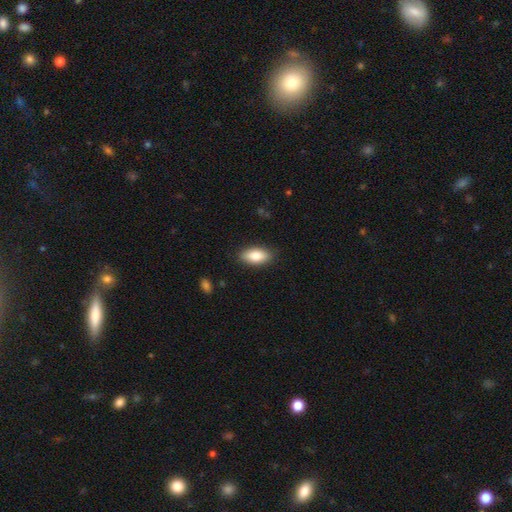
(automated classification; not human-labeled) Overall: smooth (82%). How rounded: in between (88%). Merging: none (87%).